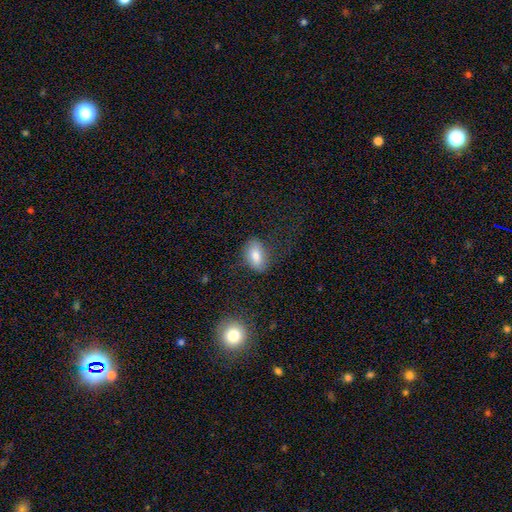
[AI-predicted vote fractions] A smooth galaxy with no disk features (79%) that is in between round and cigar-shaped (89%). Merging: none (70%).